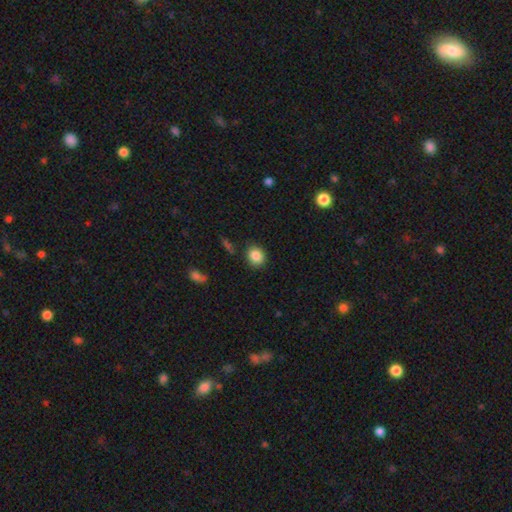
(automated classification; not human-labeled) Morphology: type=smooth (86%); roundness=round (72%); merging=none (87%).